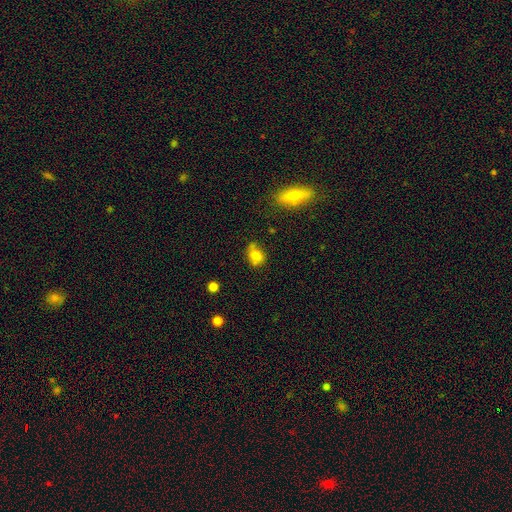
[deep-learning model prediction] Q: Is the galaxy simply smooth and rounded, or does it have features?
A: smooth — 75%.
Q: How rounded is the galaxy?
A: in between — 55%.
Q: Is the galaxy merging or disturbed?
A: none — 51%.